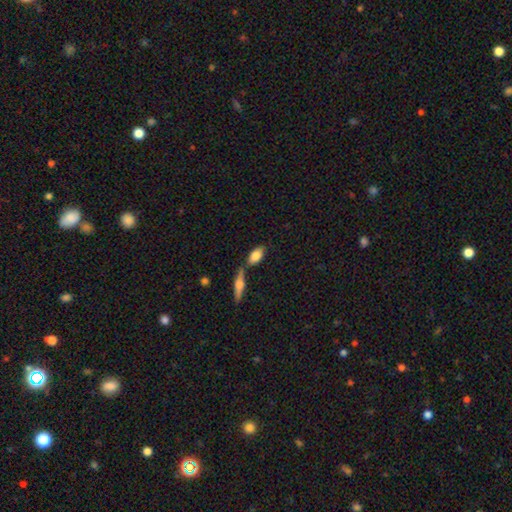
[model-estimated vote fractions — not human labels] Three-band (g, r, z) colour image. It shows a smooth galaxy with no disk features (75%) that is in between round and cigar-shaped (88%). Merging: none (63%).